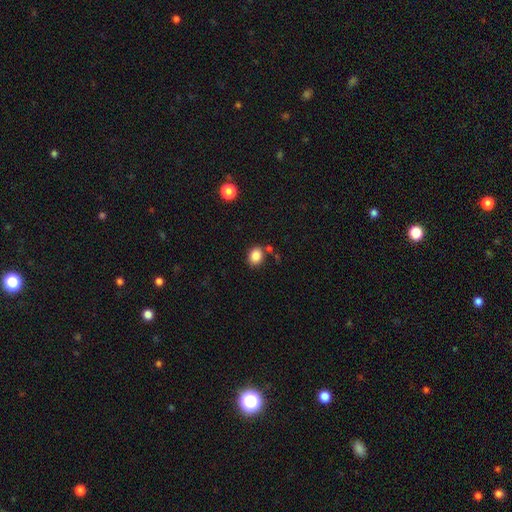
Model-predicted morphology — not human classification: Smooth or featured?
  - smooth: 86% *
  - star or artifact: 10%
  - featured or disk: 4%
How rounded?
  - round: 50% *
  - in between: 49%
  - cigar-shaped: 1%
Merging?
  - none: 78% *
  - minor disturbance: 12%
  - merger: 7%
  - major disturbance: 3%